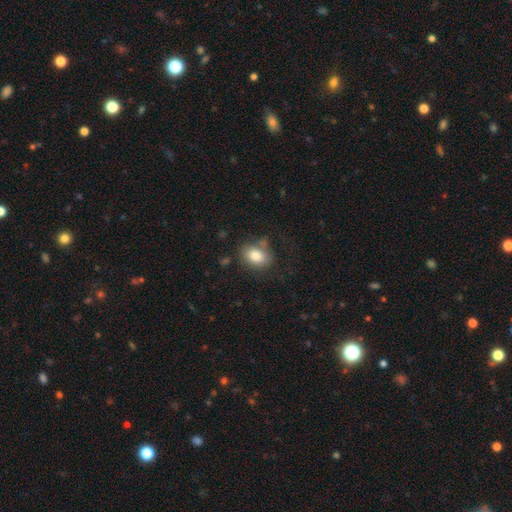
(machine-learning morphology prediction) Smooth or featured?
  - smooth: 81% *
  - featured or disk: 10%
  - star or artifact: 9%
How rounded?
  - in between: 70% *
  - round: 28%
  - cigar-shaped: 1%
Merging?
  - none: 69% *
  - minor disturbance: 18%
  - major disturbance: 7%
  - merger: 6%